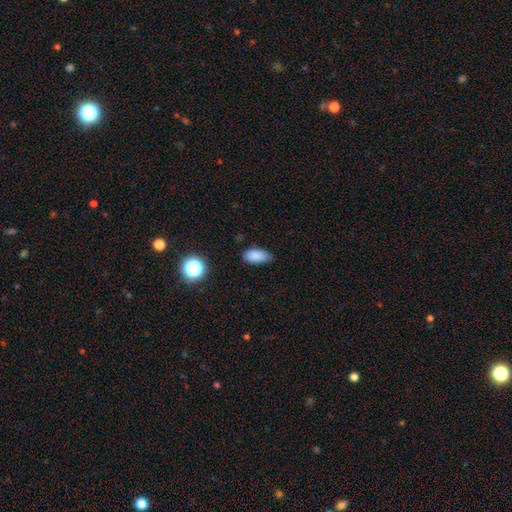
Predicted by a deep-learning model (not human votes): smooth_or_featured: smooth (p=0.85) [alt: star or artifact p=0.10]
how_rounded: in between (p=0.89) [alt: cigar-shaped p=0.06]
merging: none (p=0.71) [alt: minor disturbance p=0.24]